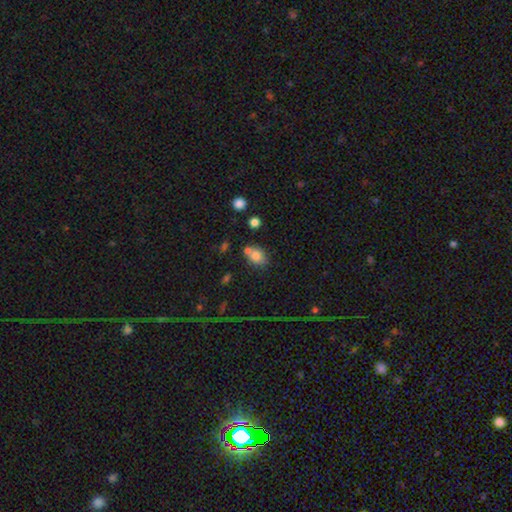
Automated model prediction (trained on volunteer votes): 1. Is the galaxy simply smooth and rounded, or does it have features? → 78% smooth, 11% star or artifact, 11% featured or disk.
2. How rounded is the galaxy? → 58% in between, 41% round, 1% cigar-shaped.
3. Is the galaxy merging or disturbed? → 52% none, 29% merger, 14% minor disturbance, 4% major disturbance.